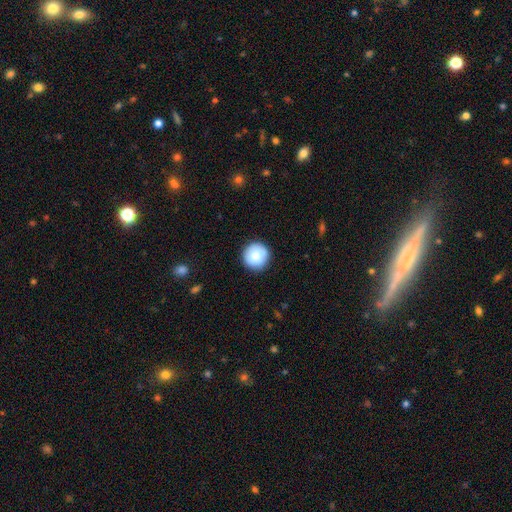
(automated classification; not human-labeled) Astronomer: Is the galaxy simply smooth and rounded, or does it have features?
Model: smooth — 84%.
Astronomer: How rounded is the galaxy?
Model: round — 96%.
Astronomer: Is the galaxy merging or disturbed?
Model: none — 90%.